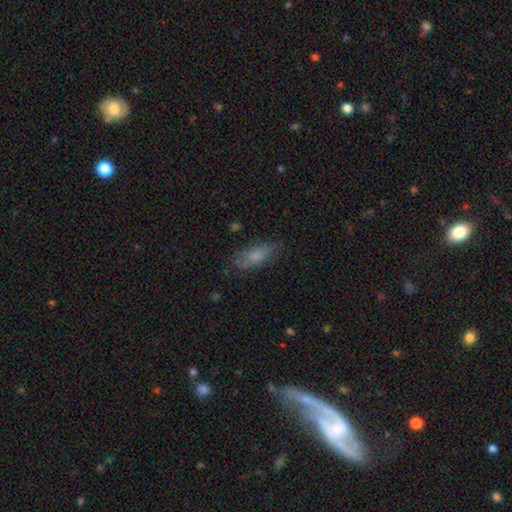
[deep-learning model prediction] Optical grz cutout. It shows a smooth galaxy with no disk features (76%) that is in between round and cigar-shaped (72%). Merging: none (73%).